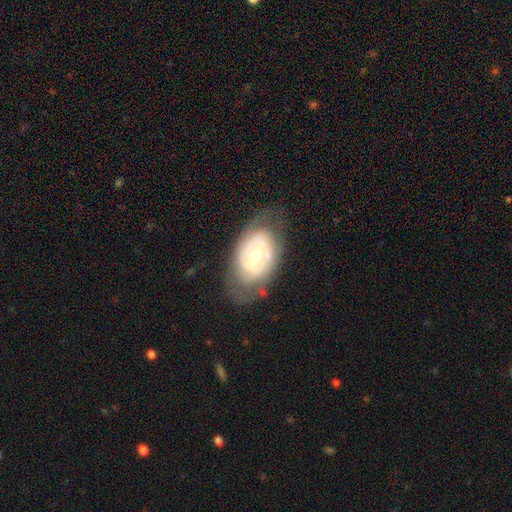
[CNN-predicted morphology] smooth-or-featured: featured or disk: 74% | smooth: 20% | star or artifact: 6%
  disk-edge-on: no: 95% | yes: 5%
    bar: no: 64% | weak: 29% | strong: 8%
    has-spiral-arms: yes: 75% | no: 25%
      spiral-winding: tight: 62% | medium: 28% | loose: 10%
      spiral-arm-count: 2: 49% | can't tell: 36% | 3: 6% | 1: 5% | 4: 2% | more than 4: 2%
    bulge-size: moderate: 64% | small: 28% | large: 6% | none: 1% | dominant: 1%
  merging: none: 65% | minor disturbance: 22% | major disturbance: 12% | merger: 1%